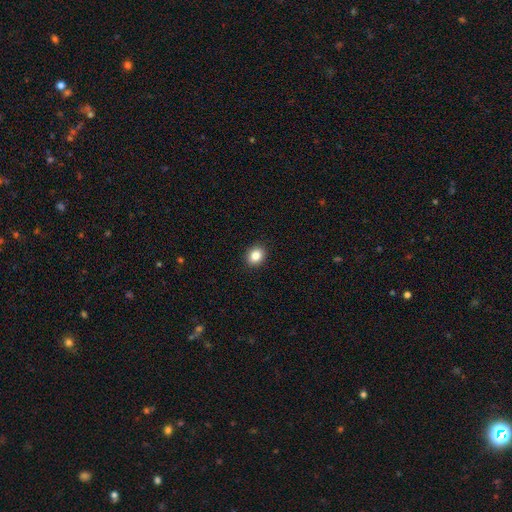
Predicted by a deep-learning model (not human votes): smooth-or-featured: smooth: 86% | star or artifact: 10% | featured or disk: 5%
  how-rounded: round: 61% | in between: 39% | cigar-shaped: 1%
  merging: none: 92% | minor disturbance: 6% | major disturbance: 2% | merger: 1%